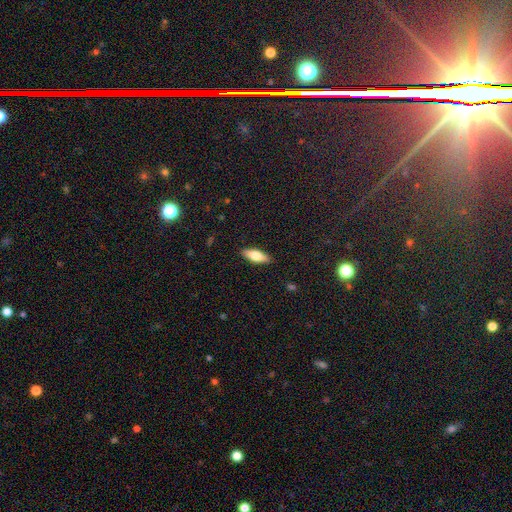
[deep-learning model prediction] The model was most divided on "how rounded": in between: 66%, cigar-shaped: 32%, round: 2%. More confident: merging — none (89%); smooth or featured — smooth (70%).